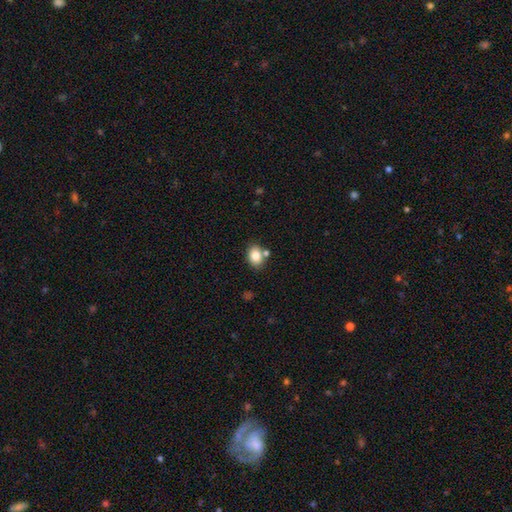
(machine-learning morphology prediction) Overall: smooth (83%). How rounded: in between (64%; round 35%). Merging: none (72%).